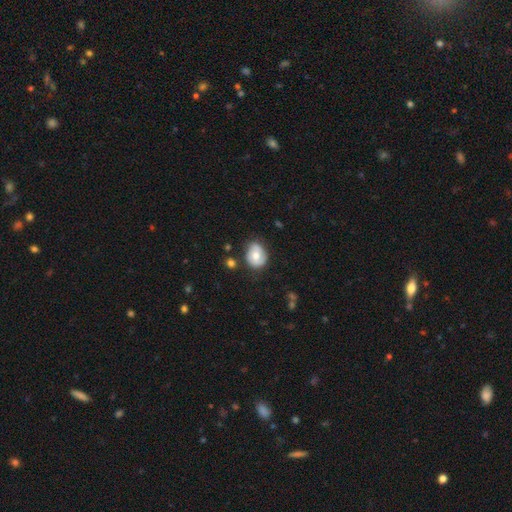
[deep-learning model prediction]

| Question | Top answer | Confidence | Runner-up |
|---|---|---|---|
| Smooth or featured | smooth | 58% | featured or disk (34%) |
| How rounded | round | 53% | in between (46%) |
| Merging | none | 67% | minor disturbance (24%) |